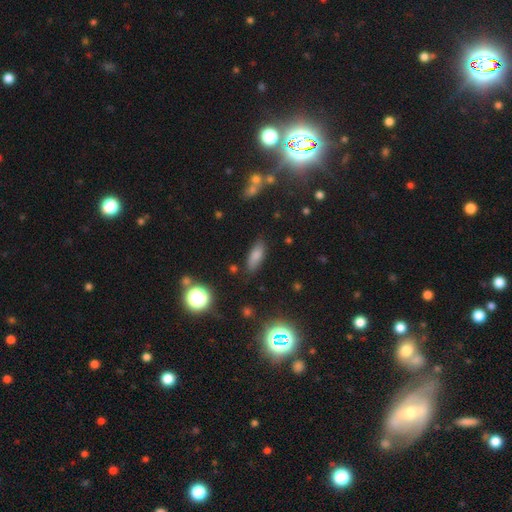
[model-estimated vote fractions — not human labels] Smooth or featured: smooth — 77% (star or artifact — 12%)
How rounded: in between — 72% (cigar-shaped — 25%)
Merging: none — 80% (minor disturbance — 14%)